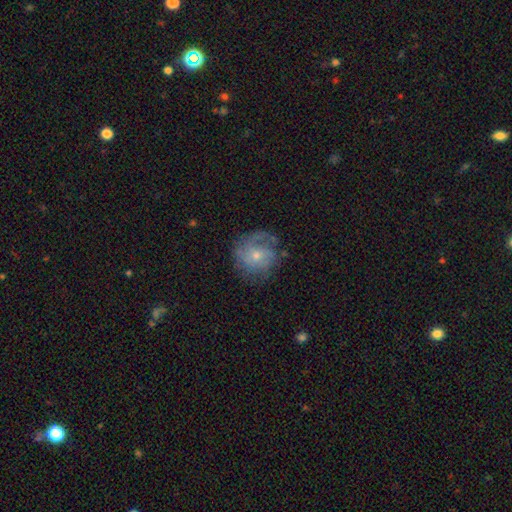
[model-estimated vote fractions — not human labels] Smooth or featured?
  - featured or disk: 60% *
  - smooth: 32%
  - star or artifact: 8%
Edge-on disk?
  - no: 98% *
  - yes: 2%
Bar?
  - no: 77% *
  - weak: 20%
  - strong: 3%
Spiral arms?
  - yes: 79% *
  - no: 21%
Bulge size?
  - small: 59% *
  - moderate: 36%
  - none: 2%
  - large: 2%
  - dominant: 1%
Merging?
  - none: 62% *
  - minor disturbance: 21%
  - major disturbance: 15%
  - merger: 2%